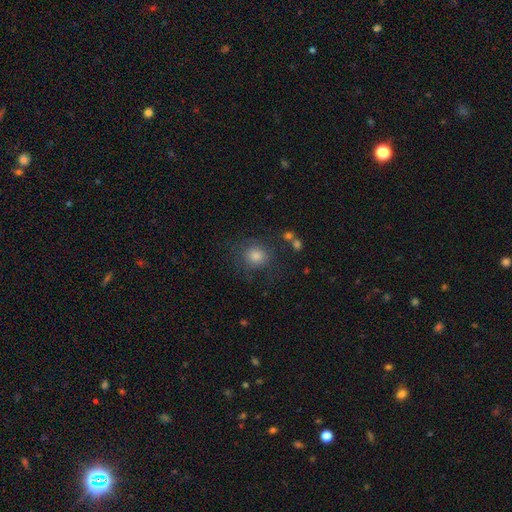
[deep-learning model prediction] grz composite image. It shows a smooth galaxy with no disk features (73%) that is round (88%). Merging: none (76%).